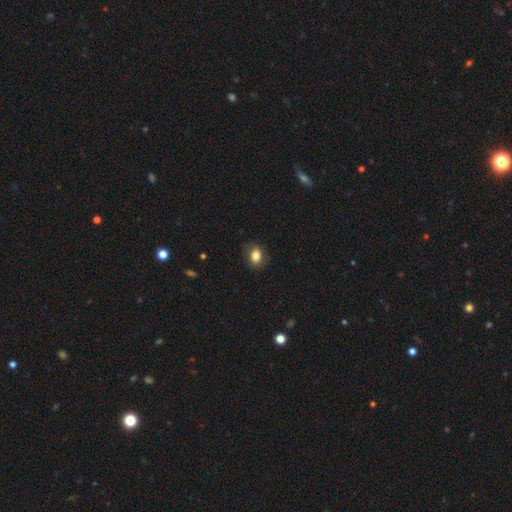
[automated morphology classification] Overall: smooth (83%). How rounded: in between (68%; round 31%). Merging: none (81%).